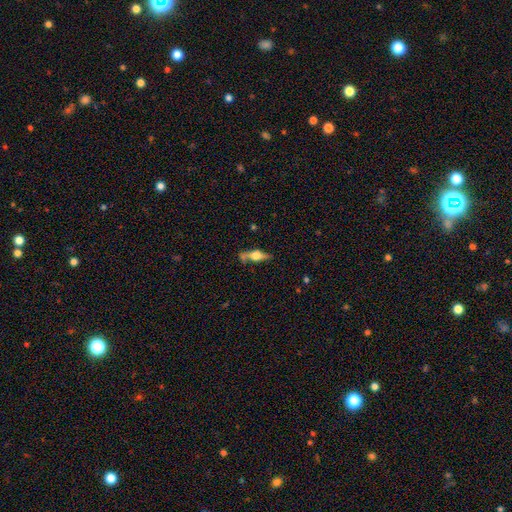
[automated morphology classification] Q: Smooth or featured?
A: featured or disk (65%); runner-up: smooth (28%)
Q: Edge-on disk?
A: yes (92%); runner-up: no (8%)
Q: Edge-on bulge?
A: rounded (92%); runner-up: boxy (6%)
Q: Merging?
A: none (69%); runner-up: minor disturbance (18%)